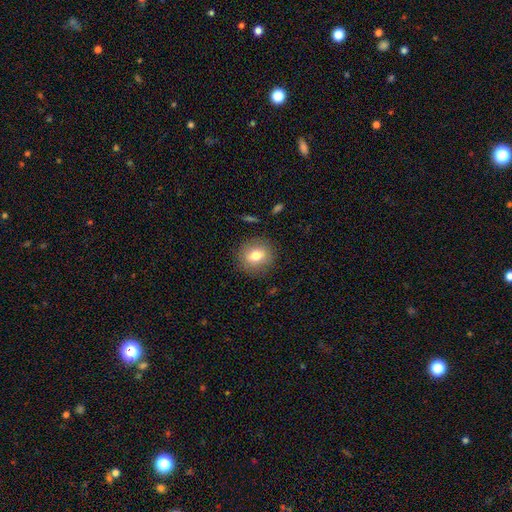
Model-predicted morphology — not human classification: type=smooth (77%); roundness=round (78%); merging=none (87%).